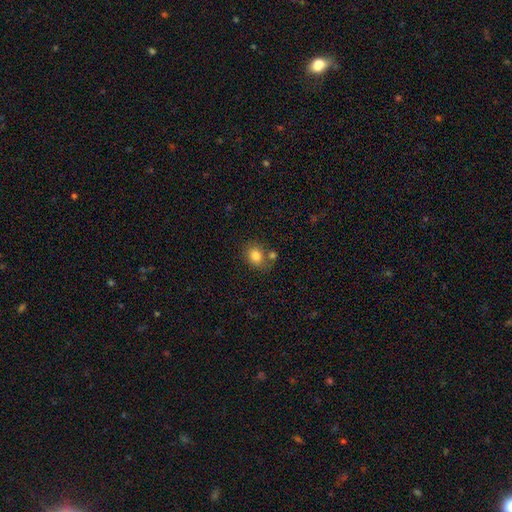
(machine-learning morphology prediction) A smooth galaxy with no disk features (83%) that is round (53%).

Vote fractions:
- Smooth or featured? smooth: 83% / star or artifact: 10% / featured or disk: 7%
- How rounded? round: 53% / in between: 46% / cigar-shaped: 1%
- Merging? none: 62% / merger: 18% / minor disturbance: 14% / major disturbance: 5%